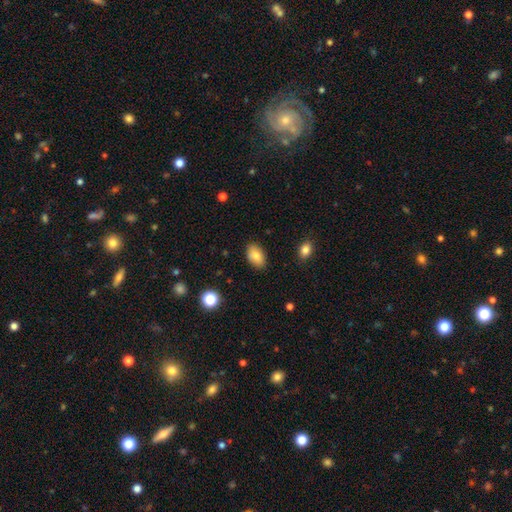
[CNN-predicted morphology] smooth 83%, featured or disk 10%, star or artifact 8%. Down the decision tree: how rounded — in between (91%); merging — none (86%).